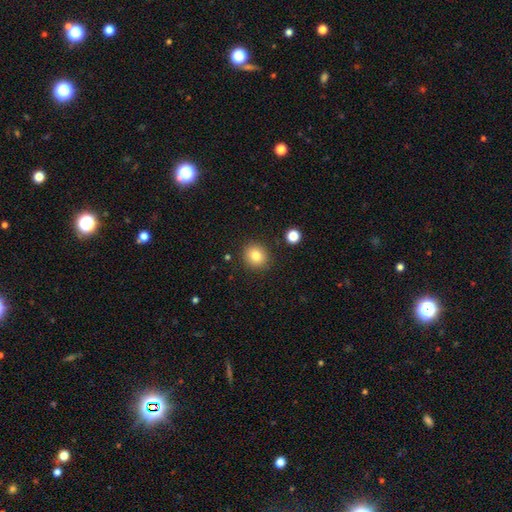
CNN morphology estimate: The model was most divided on "smooth or featured": smooth: 82%, star or artifact: 11%, featured or disk: 7%. More confident: merging — none (89%); how rounded — round (87%).